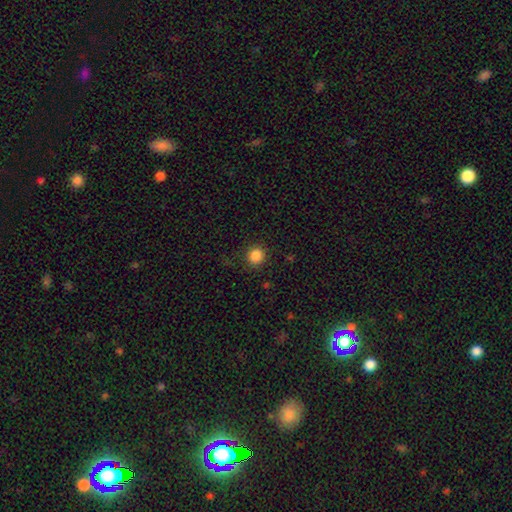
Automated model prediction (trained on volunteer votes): A smooth galaxy with no disk features (86%) that is round (91%).

Vote fractions:
- Smooth or featured? smooth: 86% / star or artifact: 11% / featured or disk: 3%
- How rounded? round: 91% / in between: 8% / cigar-shaped: 1%
- Merging? none: 89% / minor disturbance: 7% / major disturbance: 3% / merger: 1%